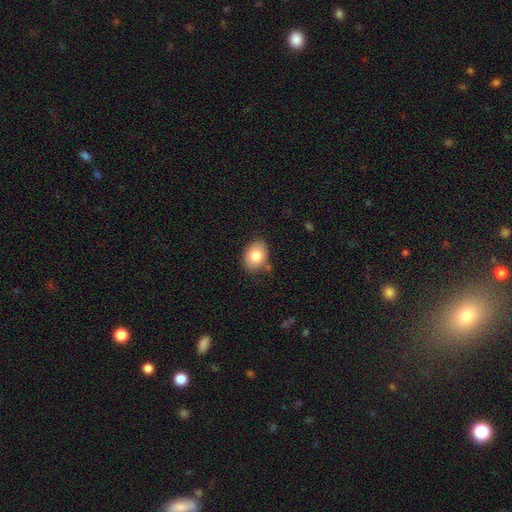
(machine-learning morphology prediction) A smooth galaxy with no disk features (82%) that is in between round and cigar-shaped (72%). Merging: none (78%).